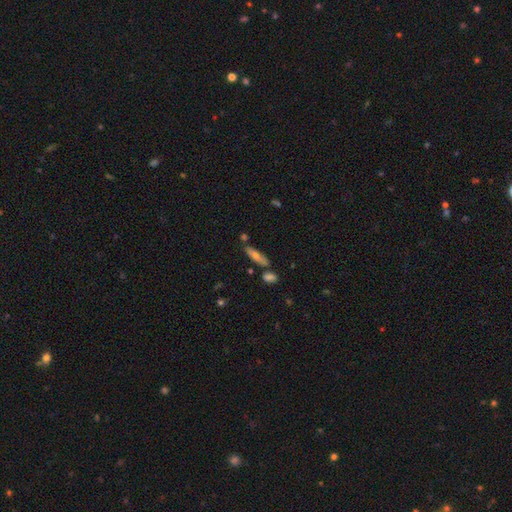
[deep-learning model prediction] This appears to be a smooth galaxy with no disk features (56%) that is cigar-shaped (69%). Merging: none (73%).